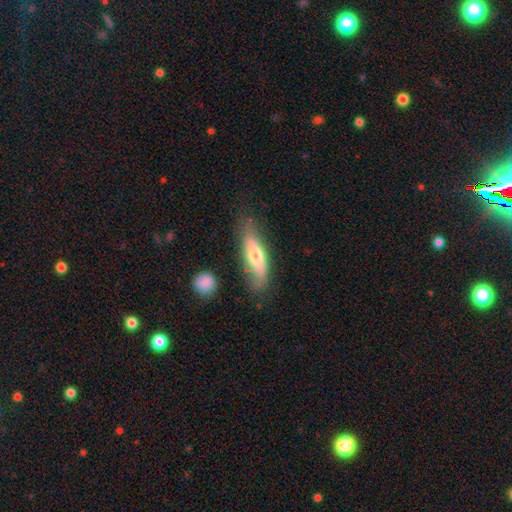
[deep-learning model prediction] Q: Smooth or featured?
A: smooth (58%); runner-up: featured or disk (36%)
Q: How rounded?
A: in between (51%); runner-up: cigar-shaped (46%)
Q: Merging?
A: none (64%); runner-up: minor disturbance (24%)